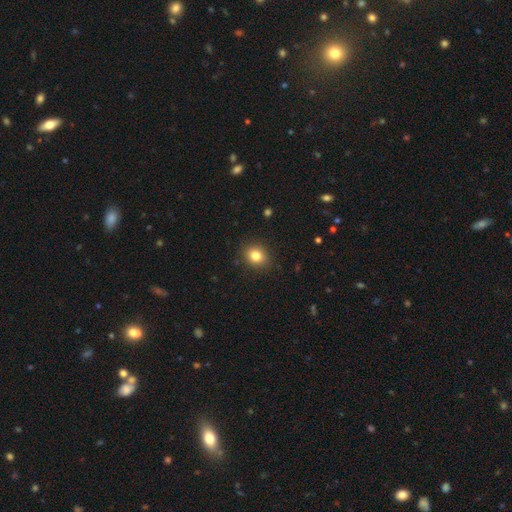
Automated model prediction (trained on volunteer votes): Q: Smooth or featured?
A: smooth (82%); runner-up: star or artifact (11%)
Q: How rounded?
A: round (62%); runner-up: in between (37%)
Q: Merging?
A: none (88%); runner-up: minor disturbance (8%)